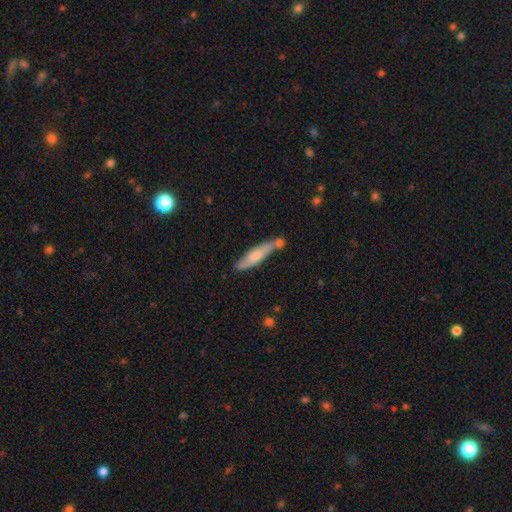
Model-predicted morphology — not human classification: Q: Smooth or featured?
A: smooth (59%); runner-up: featured or disk (35%)
Q: How rounded?
A: cigar-shaped (81%); runner-up: in between (17%)
Q: Merging?
A: none (54%); runner-up: merger (23%)